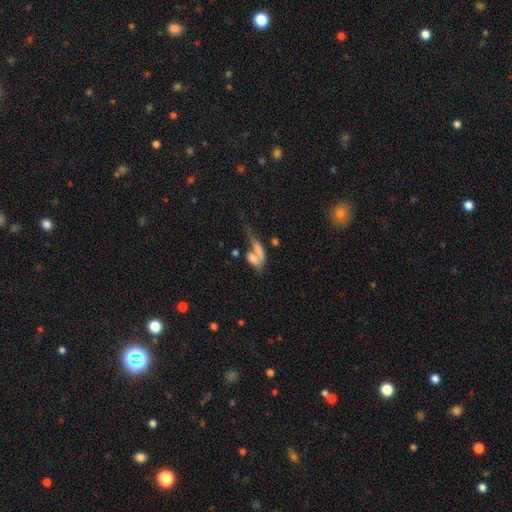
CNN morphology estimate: Smooth or featured: smooth — 61% (featured or disk — 29%)
How rounded: in between — 69% (cigar-shaped — 20%)
Merging: merger — 55% (none — 20%)